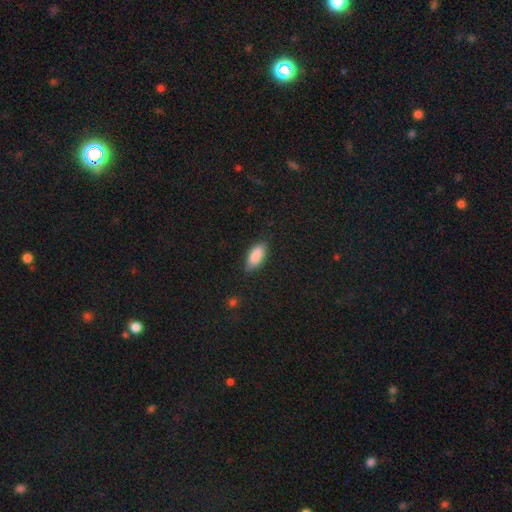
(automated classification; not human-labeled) smooth-or-featured: smooth: 87% | featured or disk: 7% | star or artifact: 6%
  how-rounded: in between: 83% | cigar-shaped: 15% | round: 2%
  merging: none: 79% | minor disturbance: 16% | major disturbance: 3% | merger: 1%